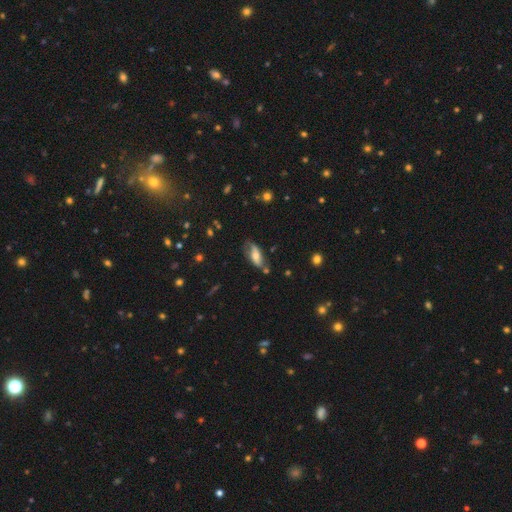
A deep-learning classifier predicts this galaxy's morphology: Smooth or featured: featured or disk — 47% (smooth — 45%)
Merging: none — 59% (minor disturbance — 27%)